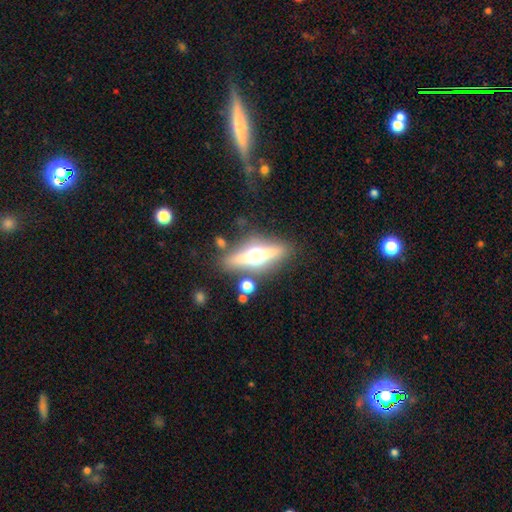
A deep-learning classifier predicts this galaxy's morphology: A featured or disk galaxy (67%) viewed edge-on (91%) with a rounded central bulge (95%).

Vote fractions:
- Smooth or featured? featured or disk: 67% / smooth: 23% / star or artifact: 10%
- Edge-on disk? yes: 91% / no: 9%
- Edge-on bulge? rounded: 95% / boxy: 3% / none: 1%
- Merging? none: 80% / minor disturbance: 11% / major disturbance: 5% / merger: 5%